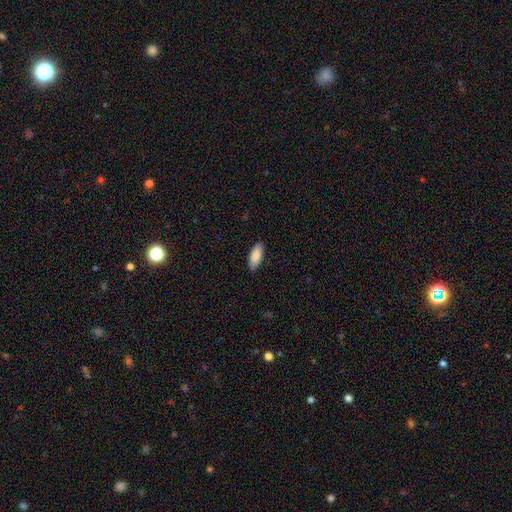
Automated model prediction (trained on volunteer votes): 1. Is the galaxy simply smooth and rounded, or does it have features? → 87% smooth, 7% featured or disk, 6% star or artifact.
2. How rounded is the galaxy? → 83% in between, 15% cigar-shaped, 2% round.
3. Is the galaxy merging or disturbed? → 87% none, 10% minor disturbance, 2% major disturbance, 1% merger.